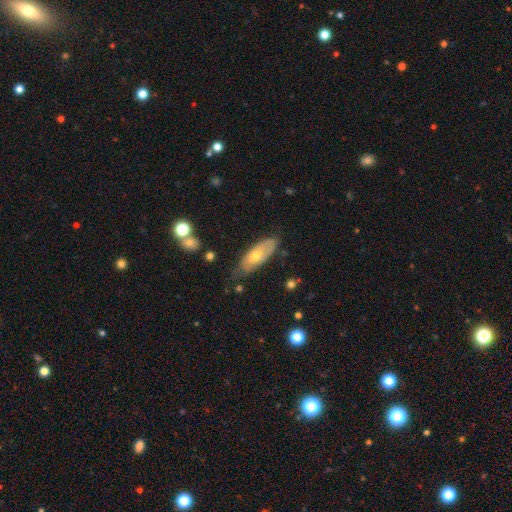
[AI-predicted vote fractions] Smooth or featured? smooth (53%)
How rounded? in between (74%)
Merging? none (62%)